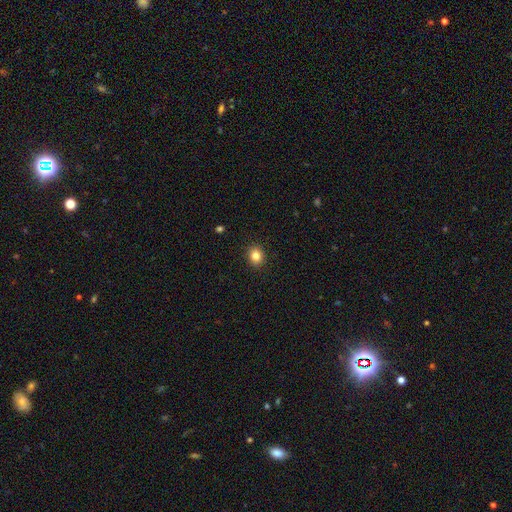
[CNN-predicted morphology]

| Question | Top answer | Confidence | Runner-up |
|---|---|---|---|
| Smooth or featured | smooth | 84% | star or artifact (11%) |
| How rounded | round | 67% | in between (33%) |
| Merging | none | 91% | minor disturbance (6%) |